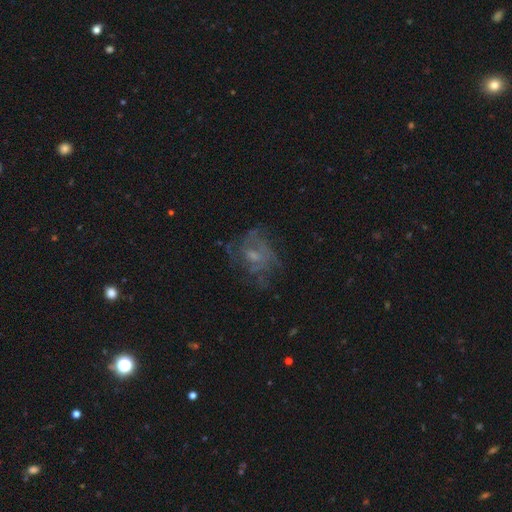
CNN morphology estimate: type=featured or disk (62%); edge-on=no (97%); bar=no (63%); spiral arms=yes (55%); bulge=small (46%); merging=none (53%).